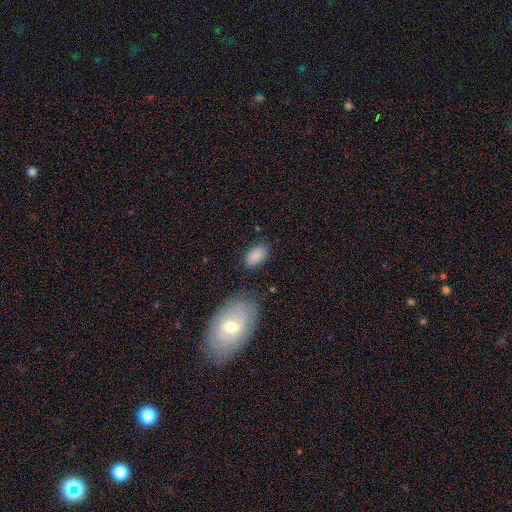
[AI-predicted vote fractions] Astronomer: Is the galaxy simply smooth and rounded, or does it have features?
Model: smooth — 84%.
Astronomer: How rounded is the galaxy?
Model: in between — 93%.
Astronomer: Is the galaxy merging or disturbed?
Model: none — 79%.